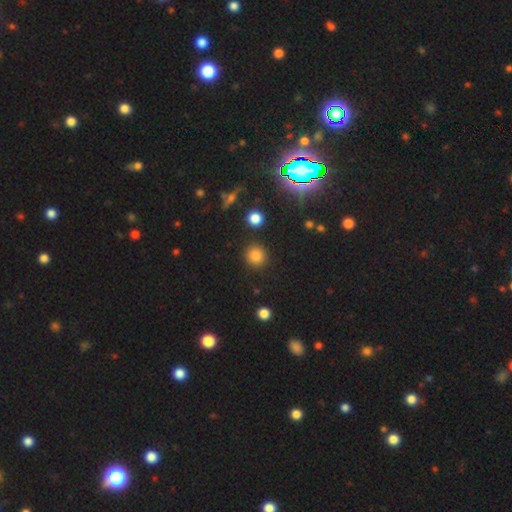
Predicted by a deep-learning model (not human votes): This appears to be a smooth galaxy with no disk features (80%) that is round (92%). Merging: none (89%).